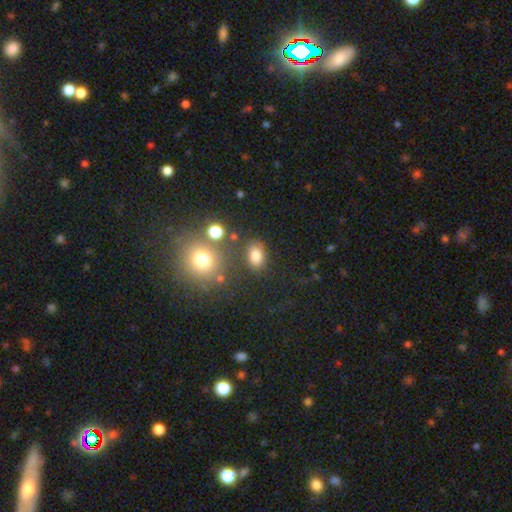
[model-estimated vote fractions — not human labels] smooth-or-featured: smooth: 79% | star or artifact: 13% | featured or disk: 7%
  how-rounded: in between: 77% | round: 22% | cigar-shaped: 2%
  merging: none: 76% | minor disturbance: 13% | merger: 6% | major disturbance: 5%